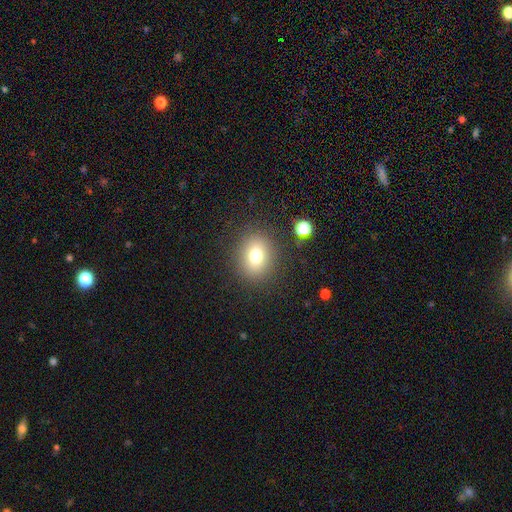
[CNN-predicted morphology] Q: Smooth or featured?
A: smooth (74%); runner-up: star or artifact (14%)
Q: How rounded?
A: round (70%); runner-up: in between (29%)
Q: Merging?
A: none (86%); runner-up: minor disturbance (8%)